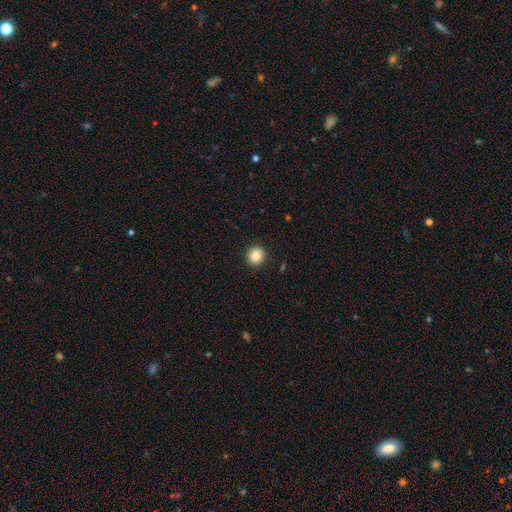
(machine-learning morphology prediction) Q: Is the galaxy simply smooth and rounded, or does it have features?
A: smooth — 86%.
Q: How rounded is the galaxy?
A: round — 92%.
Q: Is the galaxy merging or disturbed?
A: none — 92%.